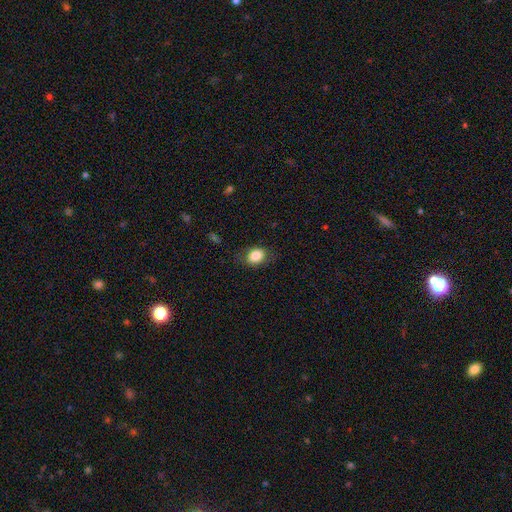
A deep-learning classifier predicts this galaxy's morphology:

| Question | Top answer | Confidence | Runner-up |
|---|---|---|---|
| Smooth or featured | smooth | 83% | star or artifact (9%) |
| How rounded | in between | 65% | round (34%) |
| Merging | none | 77% | minor disturbance (16%) |